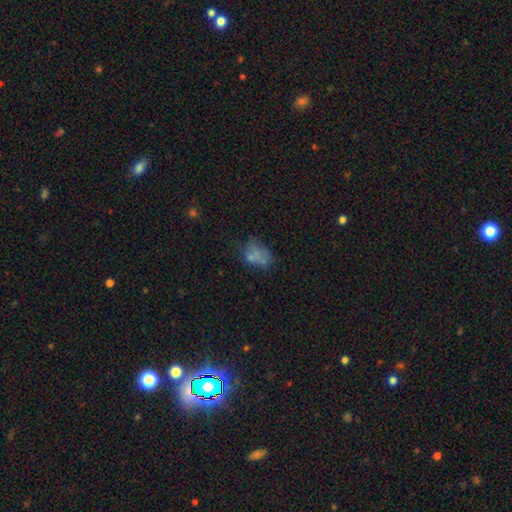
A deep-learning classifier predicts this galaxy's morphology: Q: Smooth or featured?
A: smooth (57%); runner-up: featured or disk (27%)
Q: How rounded?
A: in between (74%); runner-up: round (24%)
Q: Merging?
A: none (40%); runner-up: minor disturbance (24%)